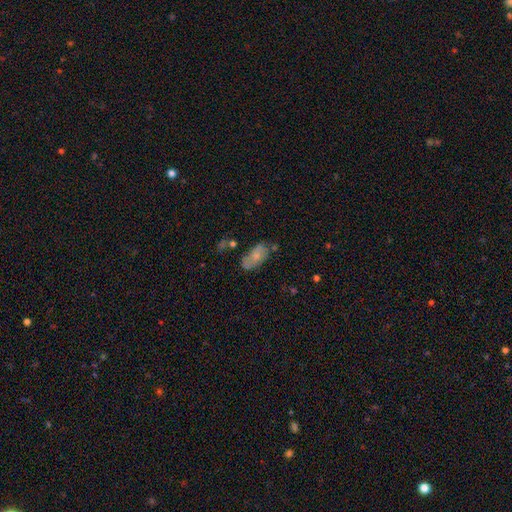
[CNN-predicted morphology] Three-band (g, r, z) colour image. It shows a smooth galaxy with no disk features (60%) that is in between round and cigar-shaped (91%). Merging: none (58%).